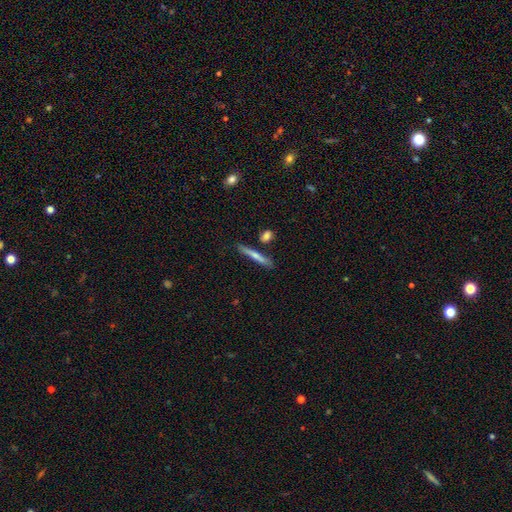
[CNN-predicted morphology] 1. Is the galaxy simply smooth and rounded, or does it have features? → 57% smooth, 37% featured or disk, 6% star or artifact.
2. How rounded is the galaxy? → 93% cigar-shaped, 5% in between, 2% round.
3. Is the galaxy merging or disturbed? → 77% none, 13% minor disturbance, 7% merger, 3% major disturbance.